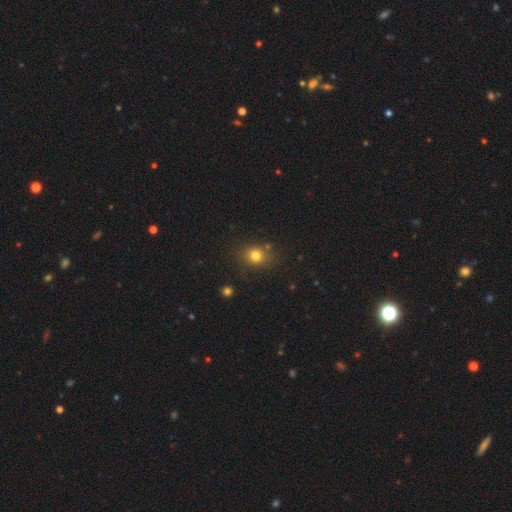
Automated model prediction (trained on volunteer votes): This appears to be a smooth galaxy with no disk features (77%) that is round (67%). Merging: none (79%).